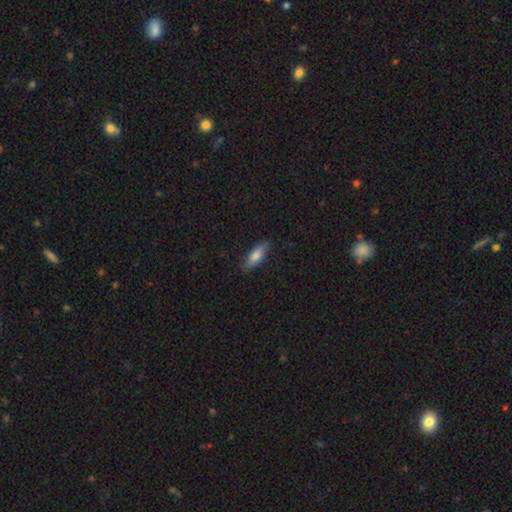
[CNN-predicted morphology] Smooth or featured?
  - smooth: 76% *
  - featured or disk: 17%
  - star or artifact: 6%
How rounded?
  - in between: 60% *
  - cigar-shaped: 38%
  - round: 2%
Merging?
  - none: 82% *
  - minor disturbance: 15%
  - major disturbance: 3%
  - merger: 1%